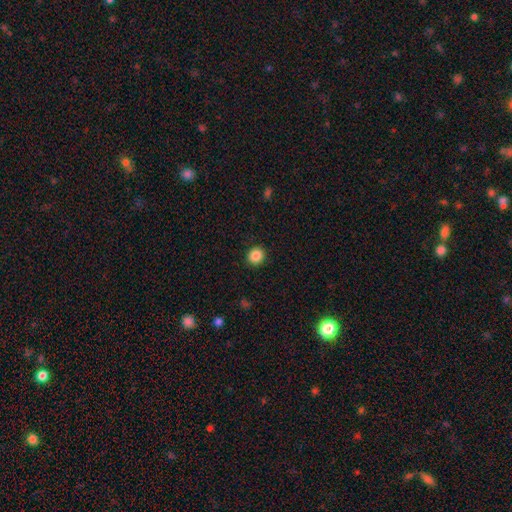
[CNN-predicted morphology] Smooth or featured? smooth (86%)
How rounded? round (86%)
Merging? none (92%)